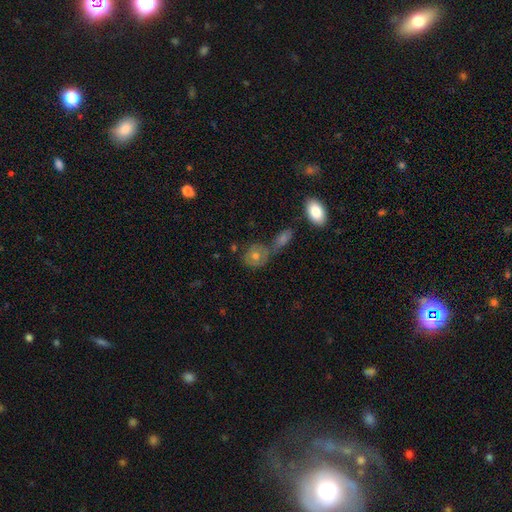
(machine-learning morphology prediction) Q: Smooth or featured?
A: smooth (53%); runner-up: featured or disk (33%)
Q: How rounded?
A: round (65%); runner-up: in between (33%)
Q: Merging?
A: none (57%); runner-up: merger (21%)